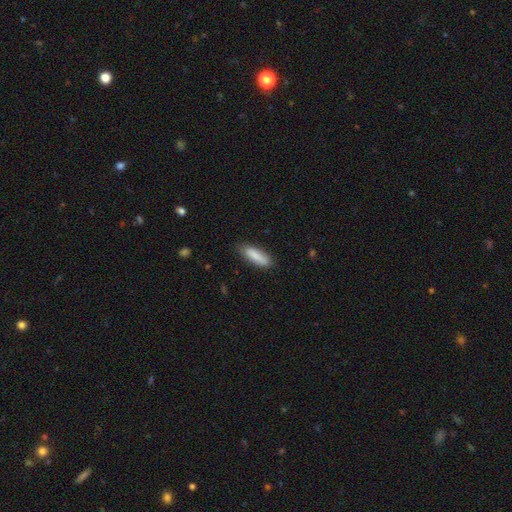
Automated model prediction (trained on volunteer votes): The model was most divided on "how rounded": in between: 50%, cigar-shaped: 48%, round: 2%. More confident: smooth or featured — smooth (86%); merging — none (79%).